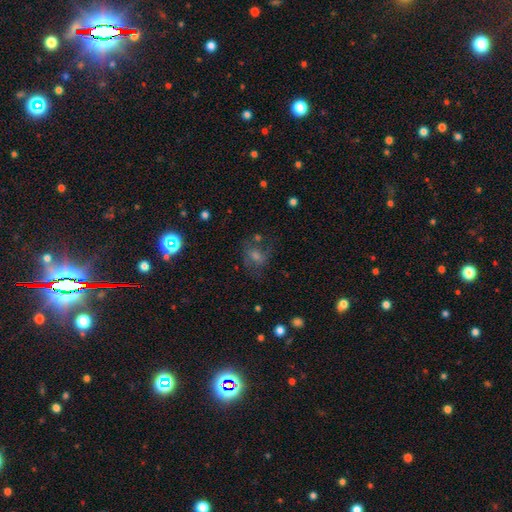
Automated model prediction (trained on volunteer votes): featured or disk 38%, smooth 31%, star or artifact 31%. Down the decision tree: merging — none (61%).